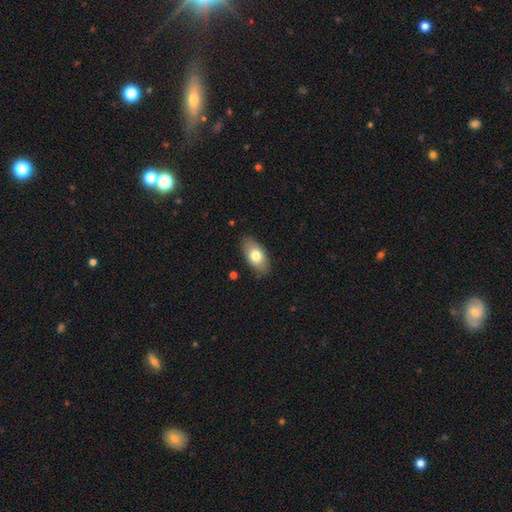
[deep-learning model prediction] smooth_or_featured: smooth (p=0.73) [alt: featured or disk p=0.20]
how_rounded: in between (p=0.91) [alt: cigar-shaped p=0.05]
merging: none (p=0.84) [alt: minor disturbance p=0.12]